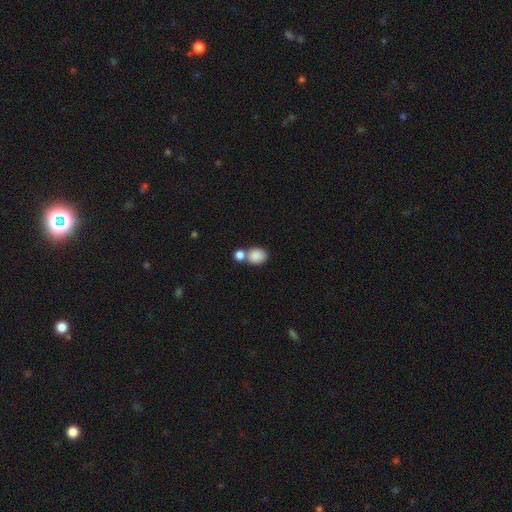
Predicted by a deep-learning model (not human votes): Smooth or featured? smooth (86%)
How rounded? round (58%)
Merging? none (44%)